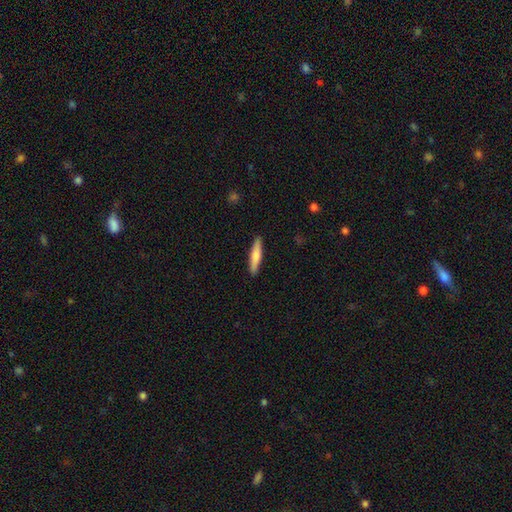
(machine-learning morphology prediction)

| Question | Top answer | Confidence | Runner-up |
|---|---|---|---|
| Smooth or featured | smooth | 69% | featured or disk (25%) |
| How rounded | cigar-shaped | 87% | in between (12%) |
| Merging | none | 90% | minor disturbance (7%) |